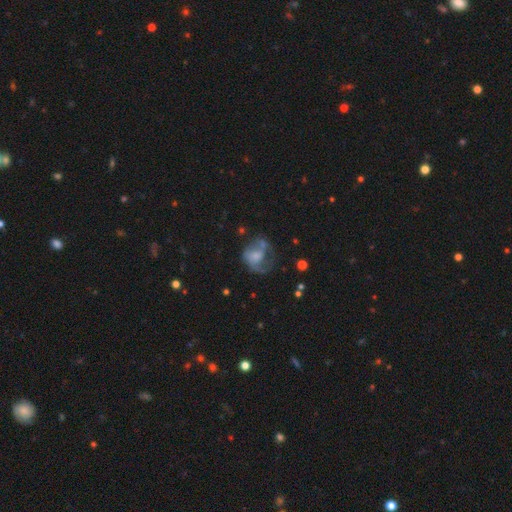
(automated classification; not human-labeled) Smooth or featured: featured or disk — 50% (smooth — 40%)
Merging: major disturbance — 42% (none — 30%)